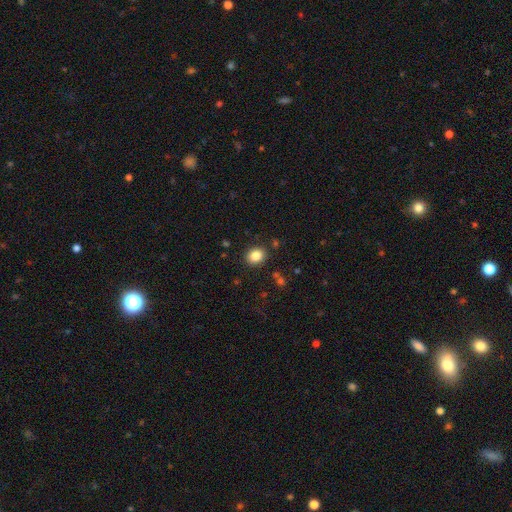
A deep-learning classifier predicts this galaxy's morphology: The model was most divided on "how rounded": round: 64%, in between: 35%, cigar-shaped: 1%. More confident: merging — none (88%); smooth or featured — smooth (85%).